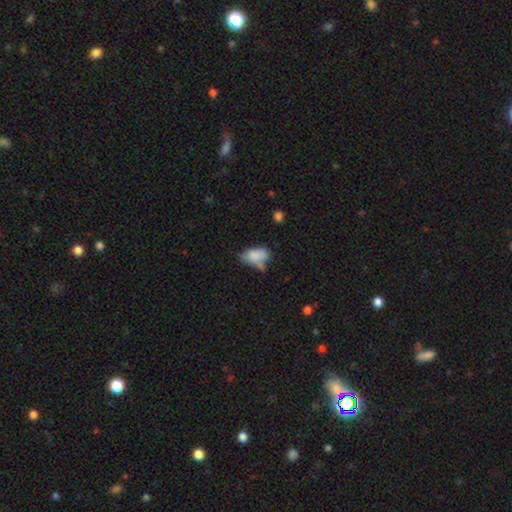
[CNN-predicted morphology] A smooth galaxy with no disk features (77%) that is in between round and cigar-shaped (90%). Merging: none (38%).